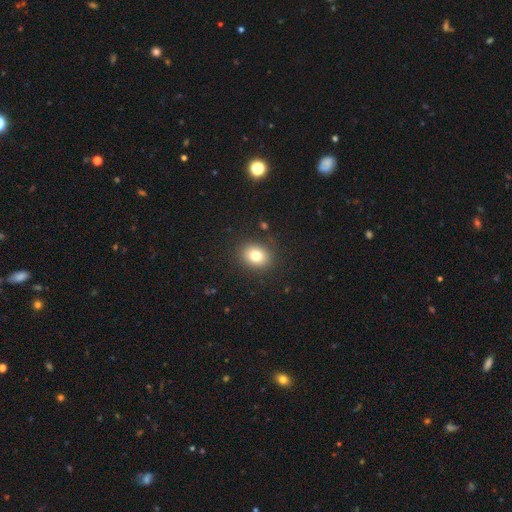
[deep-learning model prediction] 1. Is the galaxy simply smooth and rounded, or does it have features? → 79% smooth, 11% star or artifact, 10% featured or disk.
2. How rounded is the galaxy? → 51% round, 48% in between, 1% cigar-shaped.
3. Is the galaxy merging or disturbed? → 88% none, 8% minor disturbance, 3% major disturbance, 1% merger.